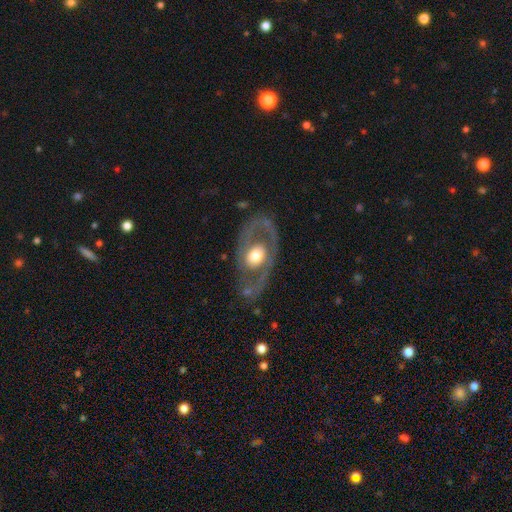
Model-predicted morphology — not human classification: Smooth or featured?
  - featured or disk: 67% *
  - smooth: 28%
  - star or artifact: 5%
Edge-on disk?
  - no: 92% *
  - yes: 8%
Bar?
  - no: 82% *
  - weak: 14%
  - strong: 4%
Spiral arms?
  - no: 65% *
  - yes: 35%
Bulge size?
  - moderate: 52% *
  - large: 38%
  - small: 5%
  - dominant: 4%
  - none: 1%
Merging?
  - none: 71% *
  - minor disturbance: 16%
  - major disturbance: 11%
  - merger: 2%